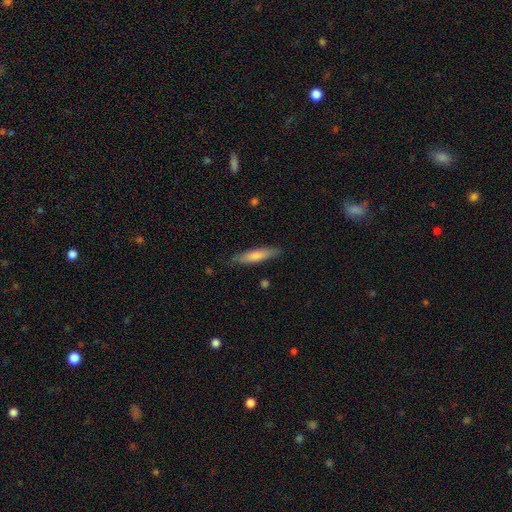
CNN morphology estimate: Smooth or featured? Predicted: smooth (p=0.73). How rounded? Predicted: cigar-shaped (p=0.85). Merging? Predicted: none (p=0.83).